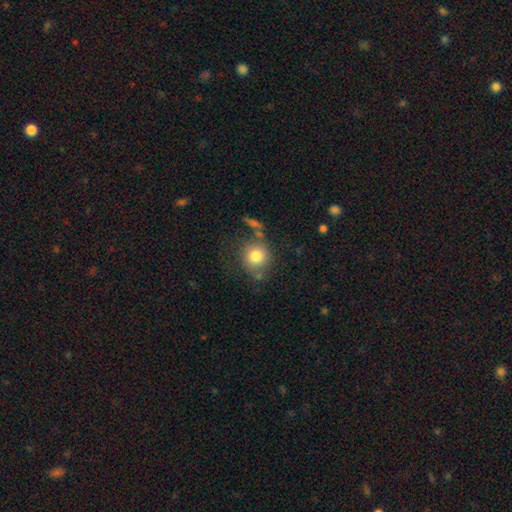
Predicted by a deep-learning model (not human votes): Smooth or featured: smooth — 80% (featured or disk — 11%)
How rounded: round — 88% (in between — 11%)
Merging: none — 69% (minor disturbance — 15%)